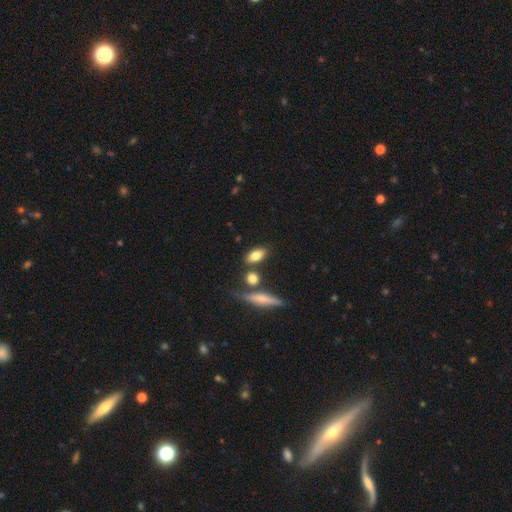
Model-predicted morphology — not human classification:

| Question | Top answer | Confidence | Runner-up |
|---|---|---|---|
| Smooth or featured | smooth | 77% | featured or disk (15%) |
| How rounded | in between | 81% | cigar-shaped (12%) |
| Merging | none | 72% | minor disturbance (12%) |